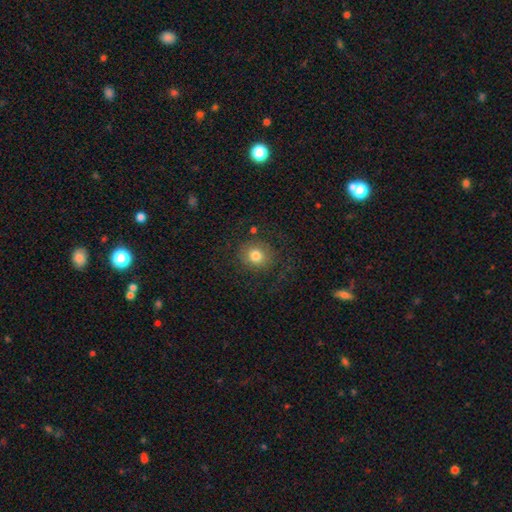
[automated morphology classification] Overall: smooth (77%). How rounded: round (84%). Merging: none (77%).